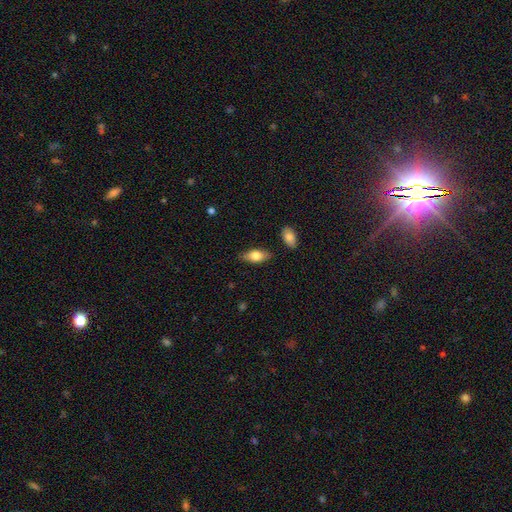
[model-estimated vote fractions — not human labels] Overall: smooth (75%). How rounded: in between (85%). Merging: none (84%).